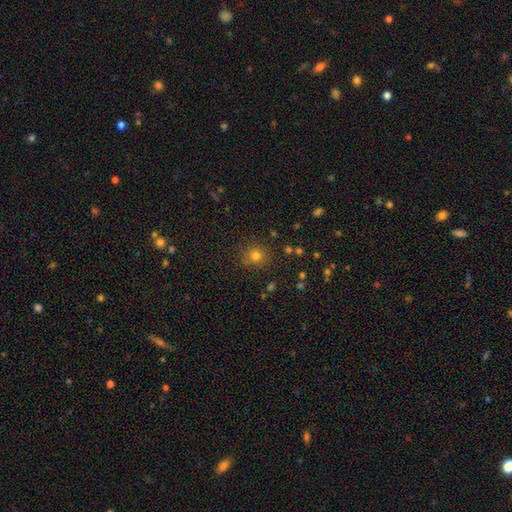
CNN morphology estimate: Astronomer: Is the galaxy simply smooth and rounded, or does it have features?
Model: smooth — 77%.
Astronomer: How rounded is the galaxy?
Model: round — 85%.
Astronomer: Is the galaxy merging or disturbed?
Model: none — 85%.